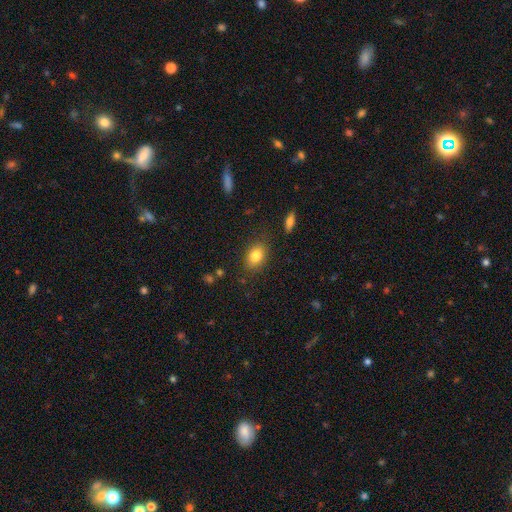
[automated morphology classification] Smooth or featured: smooth — 82% (star or artifact — 9%)
How rounded: in between — 74% (round — 24%)
Merging: none — 82% (minor disturbance — 13%)